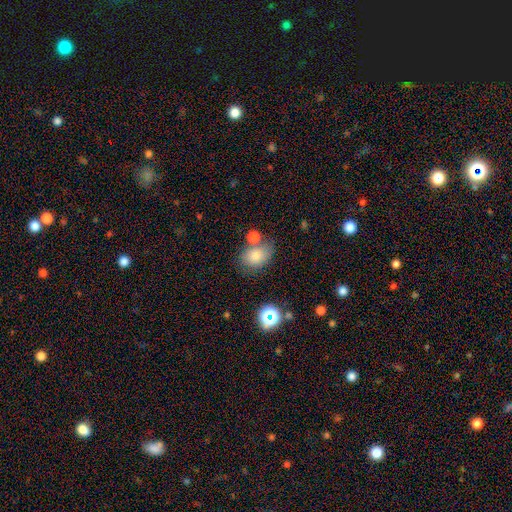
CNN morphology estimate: Smooth or featured? smooth (76%)
How rounded? in between (70%)
Merging? none (57%)